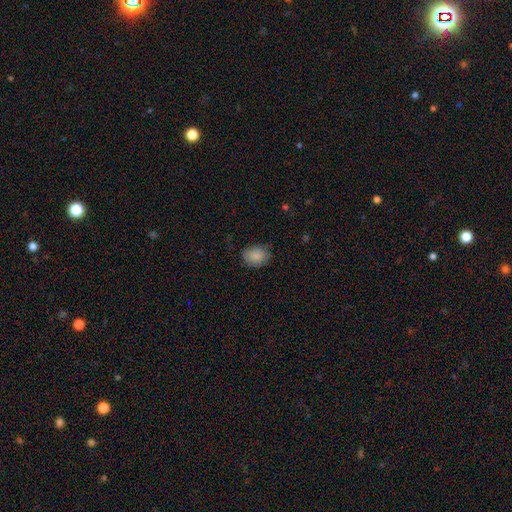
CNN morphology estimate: This appears to be a smooth galaxy with no disk features (87%) that is in between round and cigar-shaped (61%). Merging: none (74%).